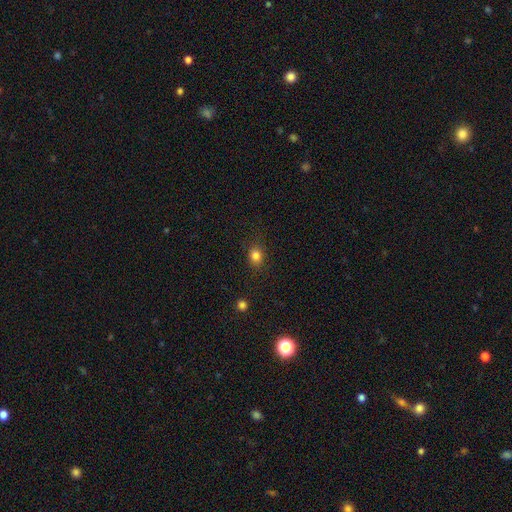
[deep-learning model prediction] Morphology: type=smooth (82%); roundness=round (63%); merging=none (83%).